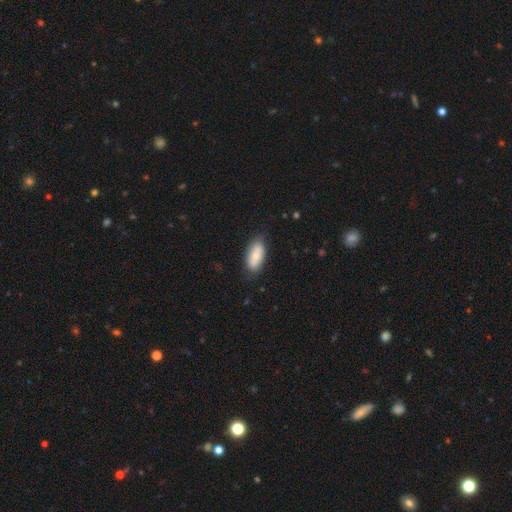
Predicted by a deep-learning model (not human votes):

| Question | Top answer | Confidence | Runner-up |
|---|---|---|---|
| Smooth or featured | smooth | 67% | featured or disk (26%) |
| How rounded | in between | 89% | cigar-shaped (8%) |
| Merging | none | 75% | minor disturbance (18%) |